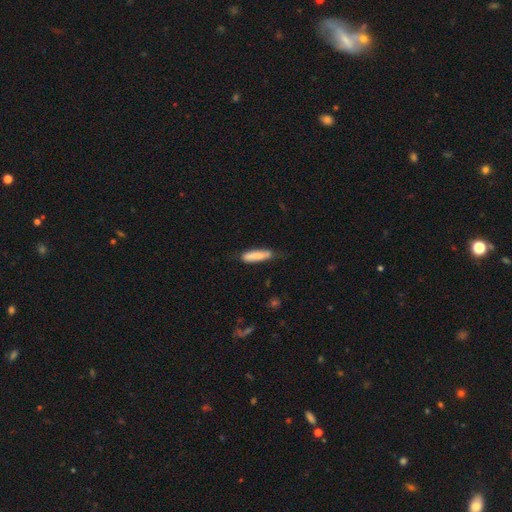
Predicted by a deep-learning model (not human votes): Q: Smooth or featured?
A: smooth (82%); runner-up: featured or disk (12%)
Q: How rounded?
A: cigar-shaped (72%); runner-up: in between (26%)
Q: Merging?
A: none (63%); runner-up: minor disturbance (27%)